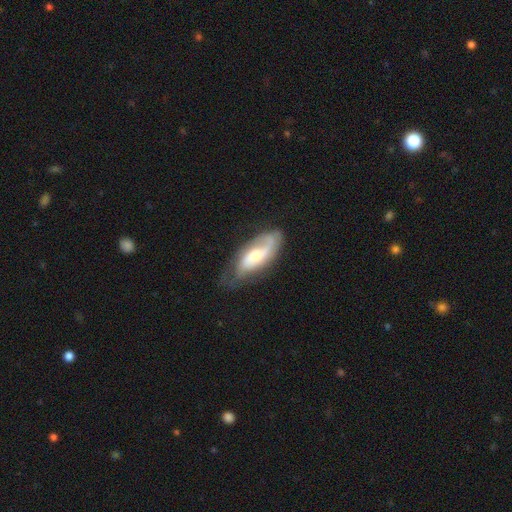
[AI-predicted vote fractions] Smooth or featured?
  - featured or disk: 70% *
  - smooth: 24%
  - star or artifact: 6%
Edge-on disk?
  - no: 91% *
  - yes: 9%
Bar?
  - no: 55% *
  - weak: 36%
  - strong: 10%
Spiral arms?
  - yes: 90% *
  - no: 10%
Spiral winding?
  - medium: 41% *
  - loose: 34%
  - tight: 25%
Spiral arm count?
  - 2: 60% *
  - 1: 20%
  - can't tell: 16%
  - 3: 3%
  - 4: 1%
  - more than 4: 1%
Bulge size?
  - moderate: 55% *
  - small: 34%
  - large: 8%
  - none: 2%
  - dominant: 1%
Merging?
  - none: 61% *
  - minor disturbance: 25%
  - major disturbance: 12%
  - merger: 2%